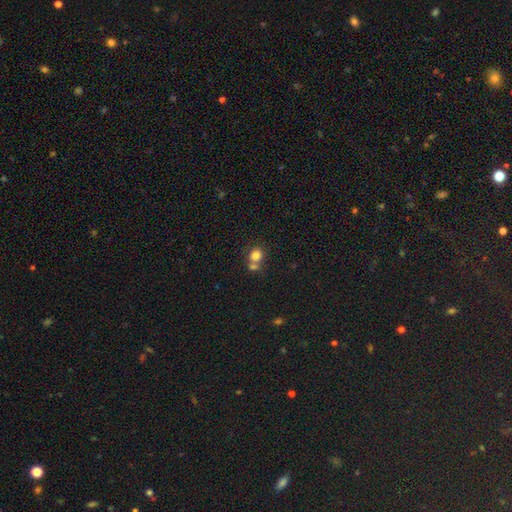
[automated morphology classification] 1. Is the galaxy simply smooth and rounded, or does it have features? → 79% smooth, 11% star or artifact, 10% featured or disk.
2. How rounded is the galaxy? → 74% round, 25% in between, 1% cigar-shaped.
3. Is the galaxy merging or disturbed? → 45% none, 43% merger, 9% minor disturbance, 4% major disturbance.